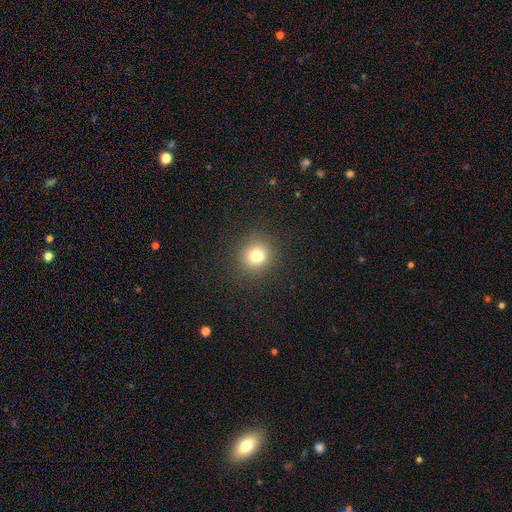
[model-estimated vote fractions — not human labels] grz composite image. It shows a smooth galaxy with no disk features (74%) that is round (87%). Merging: none (81%).